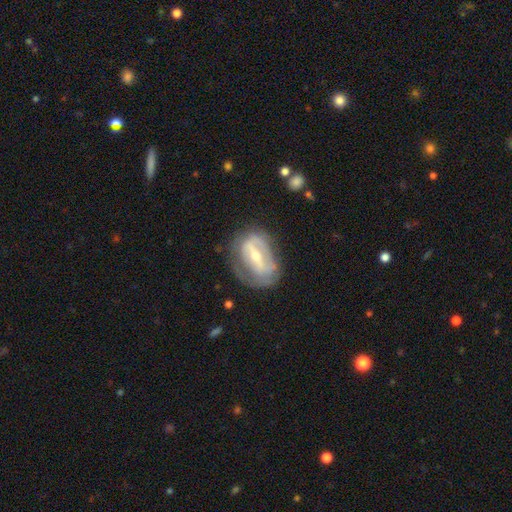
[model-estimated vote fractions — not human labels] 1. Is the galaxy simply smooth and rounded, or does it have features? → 73% featured or disk, 20% smooth, 7% star or artifact.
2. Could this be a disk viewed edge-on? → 93% no, 7% yes.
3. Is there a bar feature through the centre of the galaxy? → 54% strong, 33% weak, 13% no.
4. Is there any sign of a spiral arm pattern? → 62% yes, 38% no.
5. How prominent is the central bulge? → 51% moderate, 42% small, 4% large, 2% none, 1% dominant.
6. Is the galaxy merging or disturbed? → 55% none, 26% minor disturbance, 17% major disturbance, 2% merger.